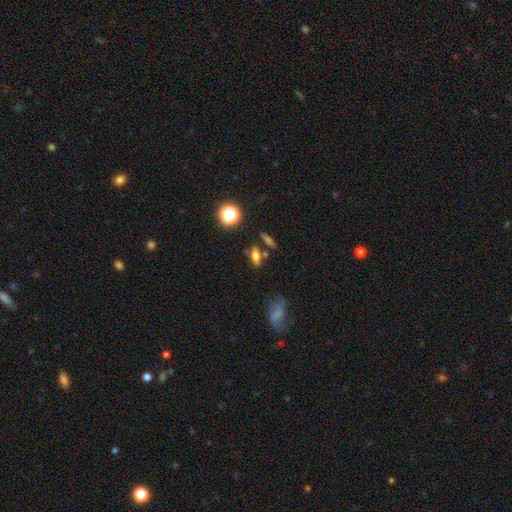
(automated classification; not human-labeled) This is possibly a smooth galaxy (59%). How rounded: possibly in between (59%). Merging: likely none (74%).